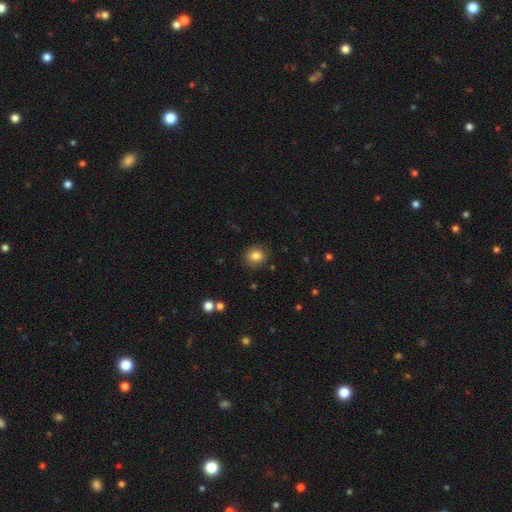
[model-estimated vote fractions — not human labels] This is clearly a smooth galaxy (83%). How rounded: likely round (77%). Merging: clearly none (86%).